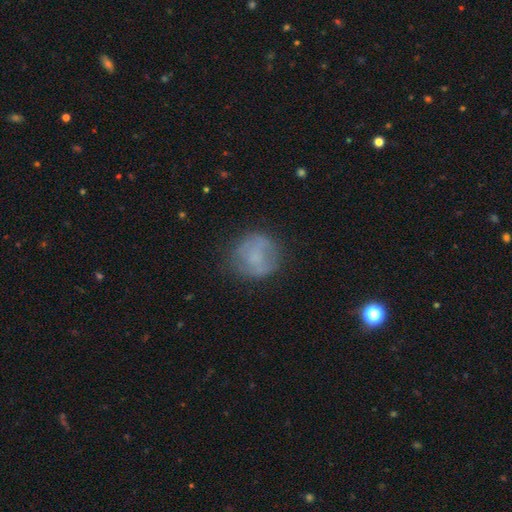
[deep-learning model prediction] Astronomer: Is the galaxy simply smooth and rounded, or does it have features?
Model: smooth — 55% (runner-up: featured or disk, 35%).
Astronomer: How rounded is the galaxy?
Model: round — 87%.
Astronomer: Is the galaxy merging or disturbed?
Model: none — 70%.